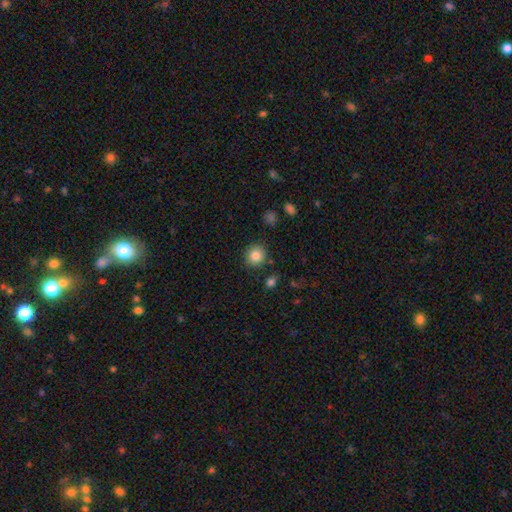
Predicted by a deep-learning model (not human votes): This is clearly a smooth galaxy (84%). How rounded: clearly round (89%). Merging: clearly none (88%).